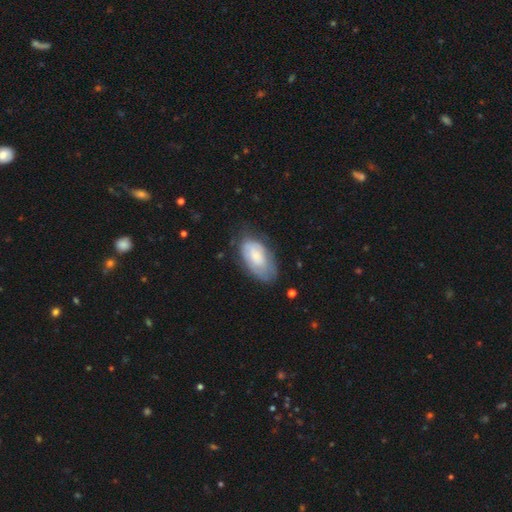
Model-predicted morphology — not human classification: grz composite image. It shows a smooth galaxy with no disk features (57%) that is in between round and cigar-shaped (94%). Merging: none (55%).